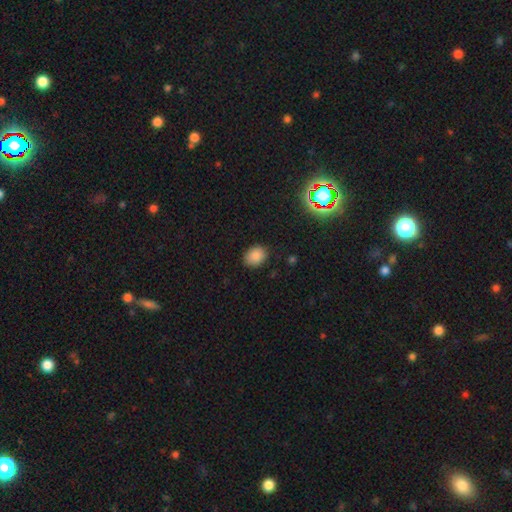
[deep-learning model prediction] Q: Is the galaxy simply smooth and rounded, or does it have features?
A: smooth — 85%.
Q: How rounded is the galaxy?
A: in between — 60%.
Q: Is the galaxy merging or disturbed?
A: none — 84%.